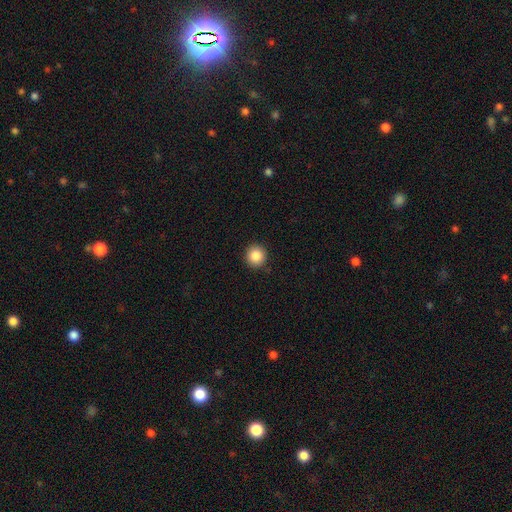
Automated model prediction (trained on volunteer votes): Smooth or featured: smooth — 87% (star or artifact — 9%)
How rounded: round — 94% (in between — 5%)
Merging: none — 92% (minor disturbance — 5%)